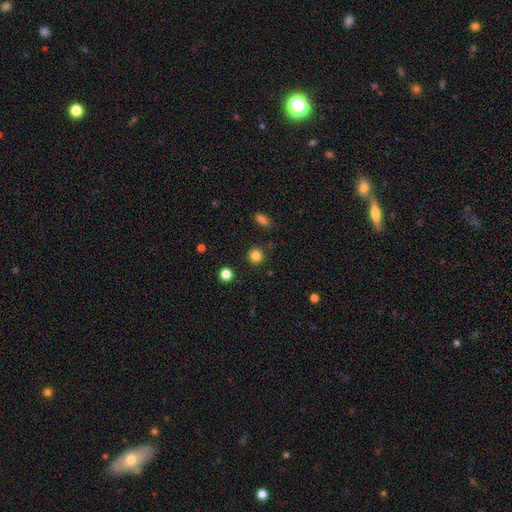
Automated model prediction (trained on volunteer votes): smooth-or-featured: smooth: 84% | star or artifact: 12% | featured or disk: 4%
  how-rounded: round: 91% | in between: 8% | cigar-shaped: 1%
  merging: none: 89% | minor disturbance: 6% | major disturbance: 2% | merger: 2%